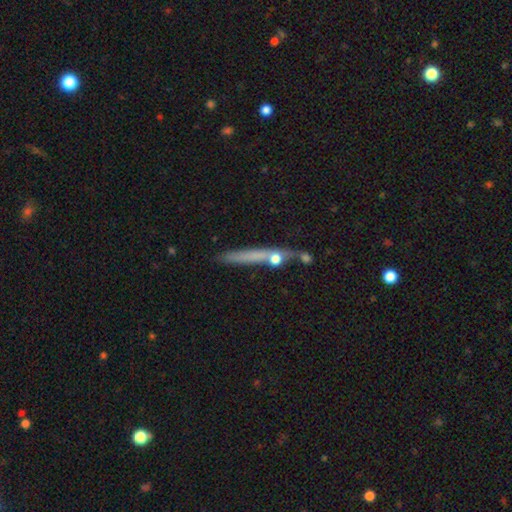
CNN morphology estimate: type=featured or disk (46%); merging=none (72%).